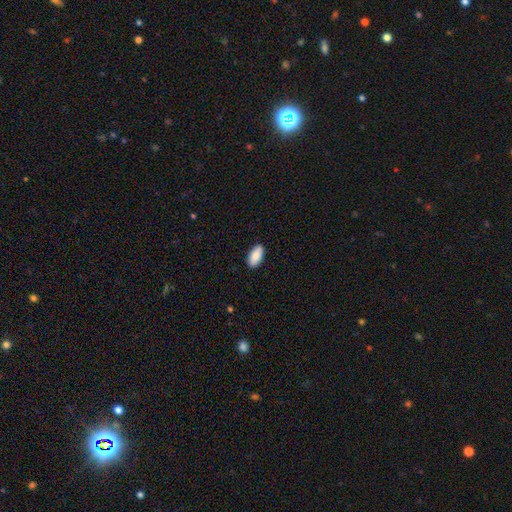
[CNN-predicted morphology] Smooth or featured? Predicted: smooth (p=0.88). How rounded? Predicted: in between (p=0.92). Merging? Predicted: none (p=0.89).